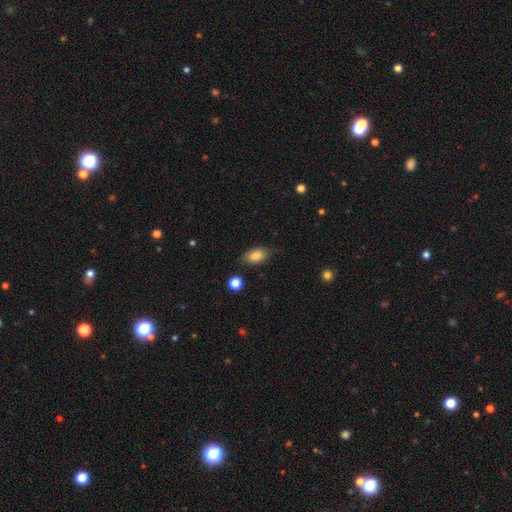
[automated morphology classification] Smooth or featured?
  - smooth: 84% *
  - featured or disk: 9%
  - star or artifact: 8%
How rounded?
  - in between: 90% *
  - round: 7%
  - cigar-shaped: 3%
Merging?
  - none: 78% *
  - minor disturbance: 17%
  - major disturbance: 4%
  - merger: 2%